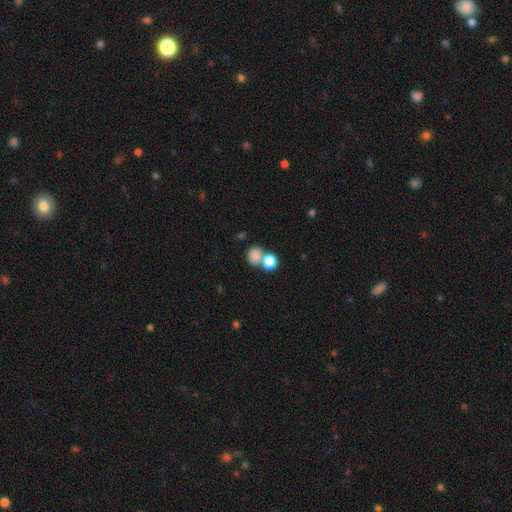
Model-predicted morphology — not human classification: Overall: smooth (82%). How rounded: round (73%). Merging: merger (47%; none 41%).